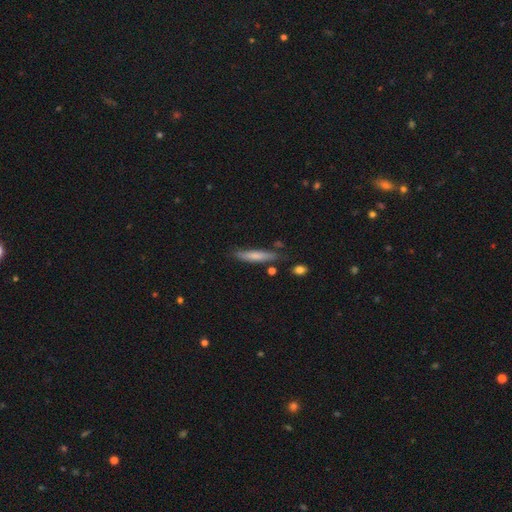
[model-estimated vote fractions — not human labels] A smooth galaxy with no disk features (71%) that is cigar-shaped (87%). Merging: none (77%).